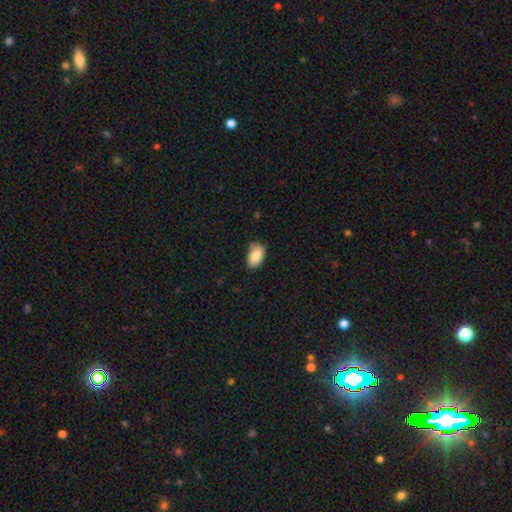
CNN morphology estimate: smooth_or_featured: smooth (p=0.86) [alt: featured or disk p=0.07]
how_rounded: in between (p=0.91) [alt: round p=0.08]
merging: none (p=0.73) [alt: minor disturbance p=0.22]